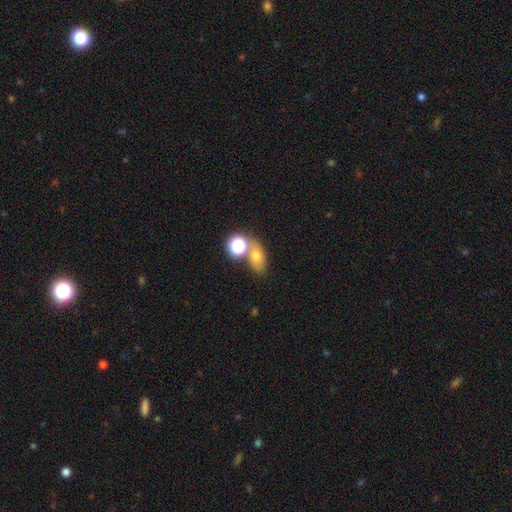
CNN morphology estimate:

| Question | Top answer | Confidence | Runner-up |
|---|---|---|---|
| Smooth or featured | smooth | 60% | star or artifact (21%) |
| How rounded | in between | 65% | round (32%) |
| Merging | none | 49% | merger (34%) |